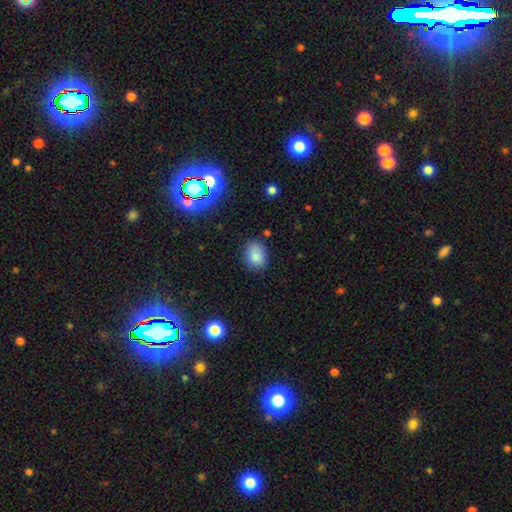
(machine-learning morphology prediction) A smooth galaxy with no disk features (84%) that is in between round and cigar-shaped (73%). Merging: none (79%).